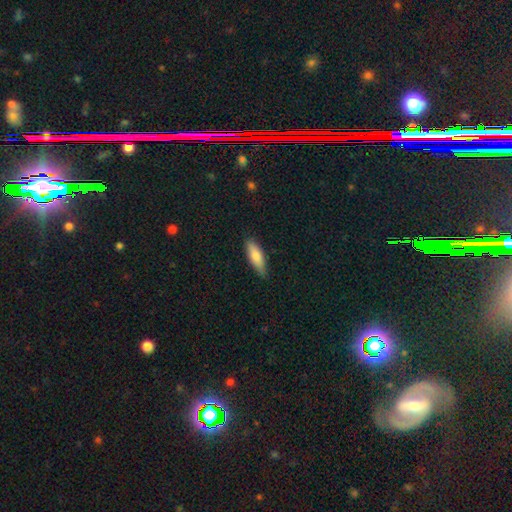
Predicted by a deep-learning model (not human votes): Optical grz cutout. It shows a smooth galaxy with no disk features (78%) that is in between round and cigar-shaped (49%, tied with cigar-shaped). Merging: none (83%).